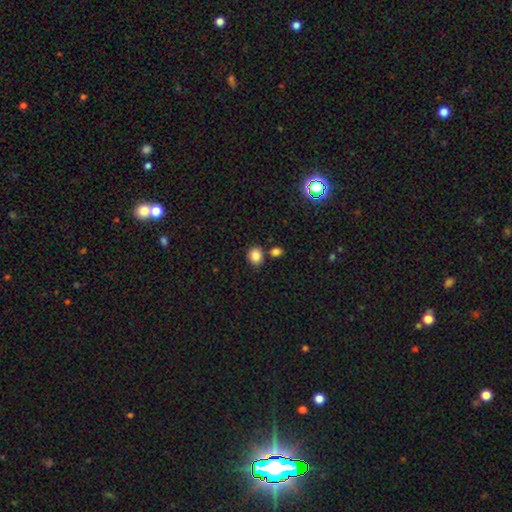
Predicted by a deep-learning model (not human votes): Smooth or featured: smooth — 85% (star or artifact — 10%)
How rounded: round — 69% (in between — 30%)
Merging: none — 75% (merger — 13%)